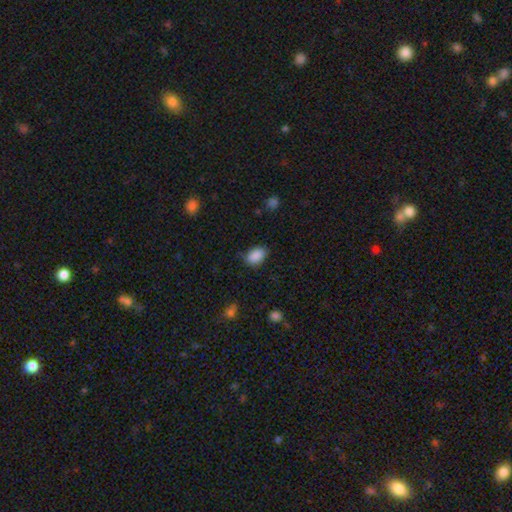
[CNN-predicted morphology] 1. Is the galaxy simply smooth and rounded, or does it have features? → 88% smooth, 8% star or artifact, 4% featured or disk.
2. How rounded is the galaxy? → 84% in between, 14% round, 1% cigar-shaped.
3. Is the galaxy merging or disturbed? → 76% none, 19% minor disturbance, 4% major disturbance, 1% merger.